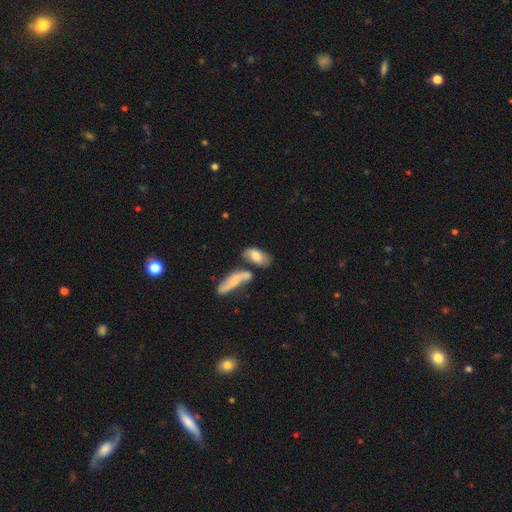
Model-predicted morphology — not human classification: smooth-or-featured: smooth: 74% | featured or disk: 18% | star or artifact: 7%
  how-rounded: in between: 86% | cigar-shaped: 11% | round: 3%
  merging: none: 44% | merger: 34% | minor disturbance: 15% | major disturbance: 7%